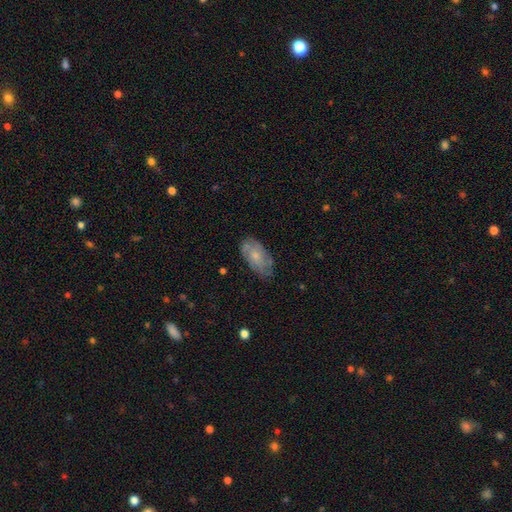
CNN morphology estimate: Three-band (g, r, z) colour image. It shows a featured or disk galaxy (47%). Merging: none (73%).